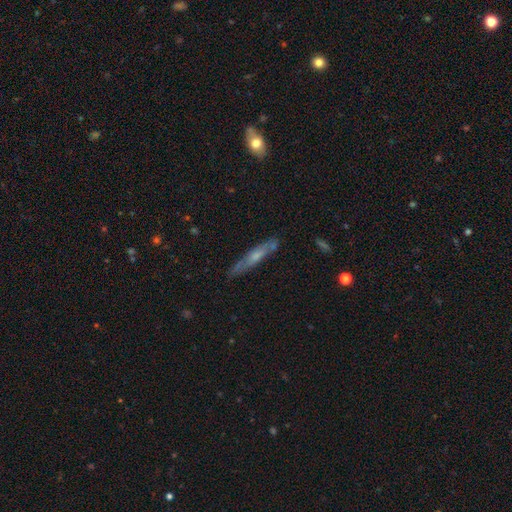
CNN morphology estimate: The model was most divided on "smooth or featured": featured or disk: 53%, smooth: 40%, star or artifact: 7%. More confident: edge-on disk — yes (80%); merging — none (77%).